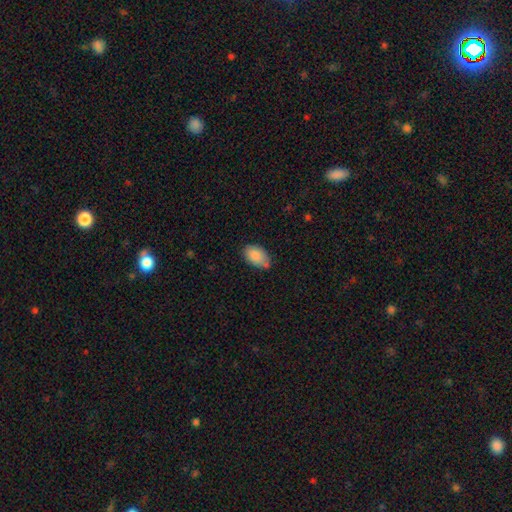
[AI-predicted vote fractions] Morphology: type=smooth (86%); roundness=in between (92%); merging=none (62%).